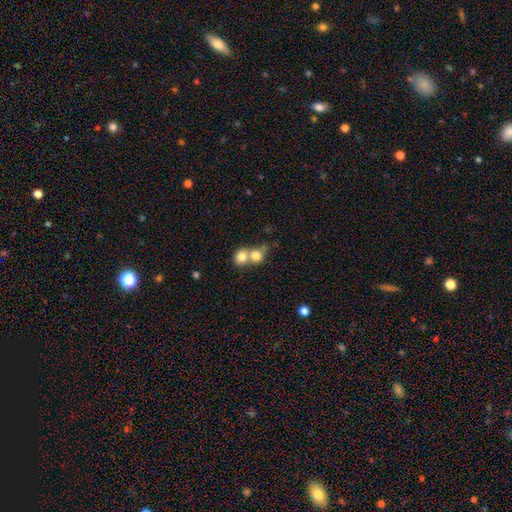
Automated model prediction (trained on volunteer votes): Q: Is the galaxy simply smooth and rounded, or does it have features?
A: smooth — 77%.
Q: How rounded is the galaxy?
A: round — 76%.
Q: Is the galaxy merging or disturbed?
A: merger — 70%.